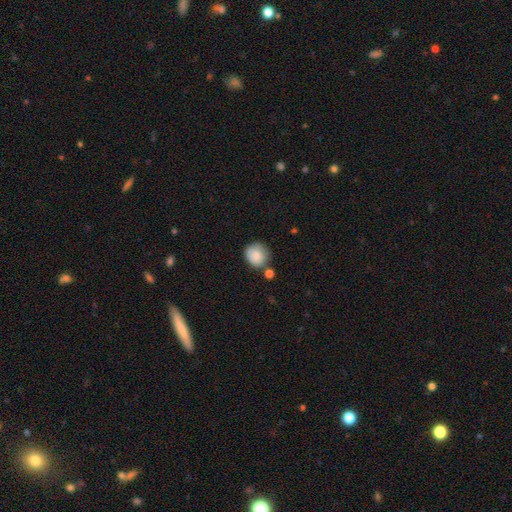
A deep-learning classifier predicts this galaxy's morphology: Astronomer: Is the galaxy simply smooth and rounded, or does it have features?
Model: smooth — 84%.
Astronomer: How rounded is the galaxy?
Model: round — 84%.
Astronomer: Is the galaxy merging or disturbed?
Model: none — 63%.